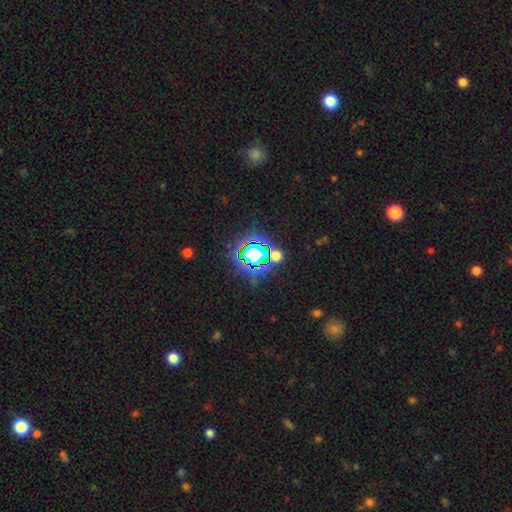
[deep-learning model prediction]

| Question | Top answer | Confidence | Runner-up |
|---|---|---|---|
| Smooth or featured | star or artifact | 72% | smooth (18%) |